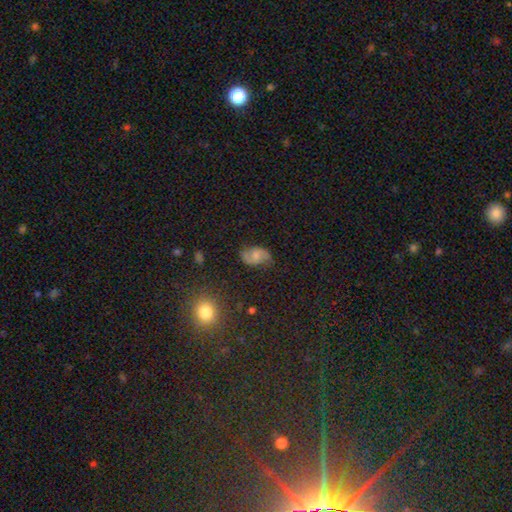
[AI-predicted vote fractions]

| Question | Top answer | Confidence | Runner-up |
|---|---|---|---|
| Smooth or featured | featured or disk | 47% | smooth (41%) |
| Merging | none | 66% | minor disturbance (23%) |